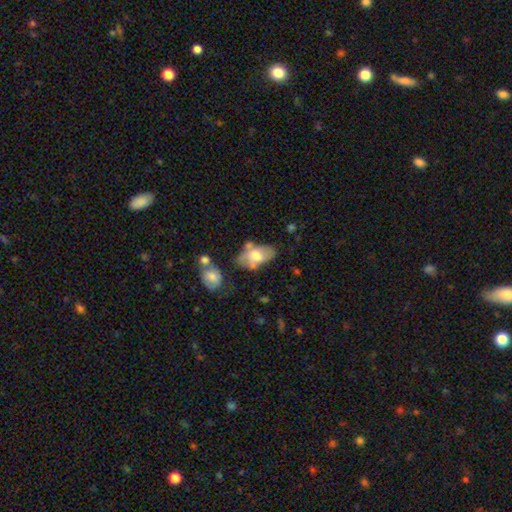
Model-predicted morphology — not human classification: Q: Smooth or featured?
A: smooth (61%); runner-up: featured or disk (31%)
Q: How rounded?
A: in between (92%); runner-up: round (6%)
Q: Merging?
A: none (39%); runner-up: minor disturbance (27%)